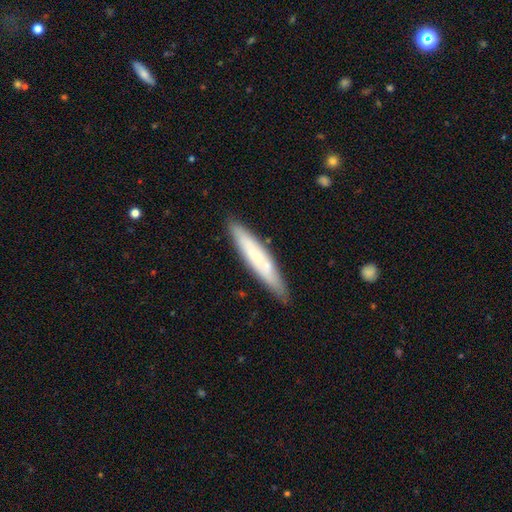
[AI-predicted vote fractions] smooth 57%, featured or disk 37%, star or artifact 6%. Down the decision tree: how rounded — cigar-shaped (90%); merging — none (84%).